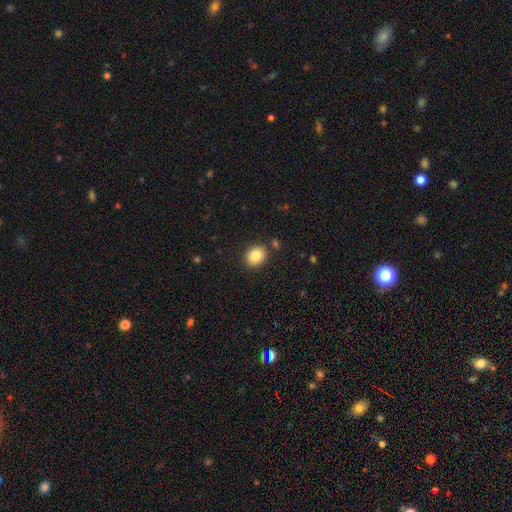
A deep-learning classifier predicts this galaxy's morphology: smooth 86%, star or artifact 9%, featured or disk 5%. Down the decision tree: how rounded — round (58%); merging — none (86%).